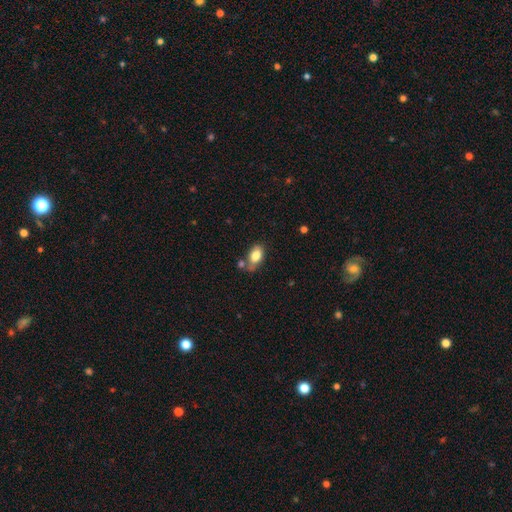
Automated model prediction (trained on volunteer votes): Smooth or featured? Predicted: smooth (p=0.80). How rounded? Predicted: in between (p=0.87). Merging? Predicted: none (p=0.53).